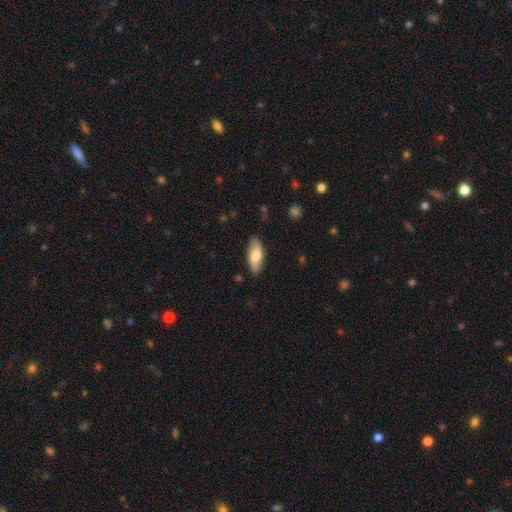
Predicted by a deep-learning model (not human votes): Smooth or featured? smooth (69%)
How rounded? in between (80%)
Merging? none (83%)